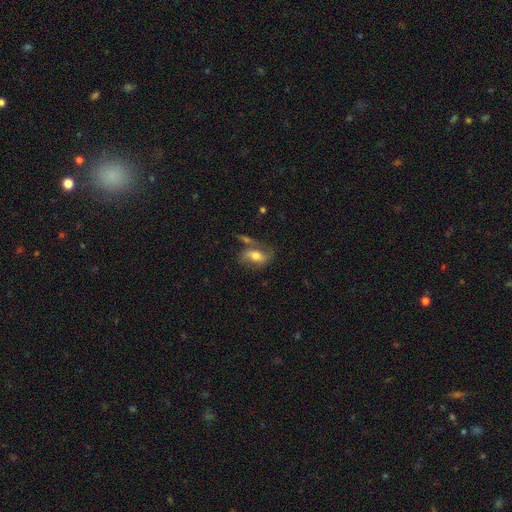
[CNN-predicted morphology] smooth-or-featured: featured or disk: 47% | smooth: 43% | star or artifact: 10%
  merging: none: 50% | minor disturbance: 20% | merger: 17% | major disturbance: 13%